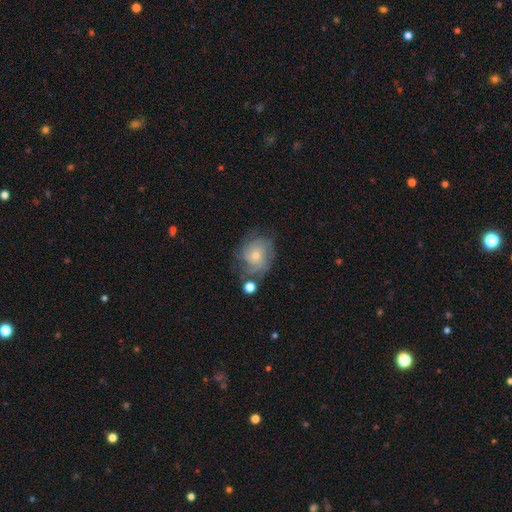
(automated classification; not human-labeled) This appears to be a featured or disk galaxy (68%) with no bar (79%), tight (57%) spiral arms (90%) and a small central bulge (57%). Merging: none (62%).